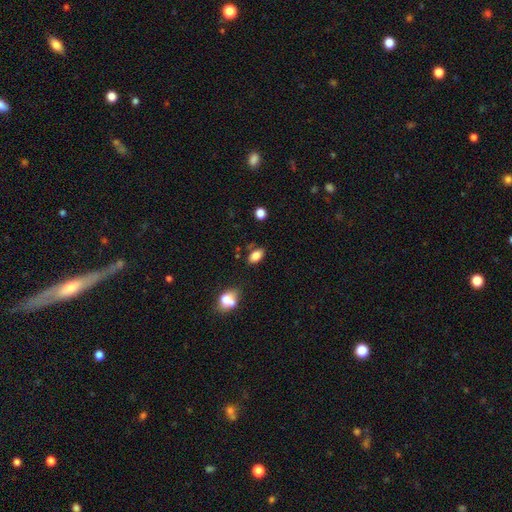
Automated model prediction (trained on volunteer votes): Smooth or featured?
  - smooth: 83% *
  - star or artifact: 9%
  - featured or disk: 8%
How rounded?
  - in between: 89% *
  - round: 9%
  - cigar-shaped: 2%
Merging?
  - none: 76% *
  - minor disturbance: 15%
  - merger: 5%
  - major disturbance: 4%